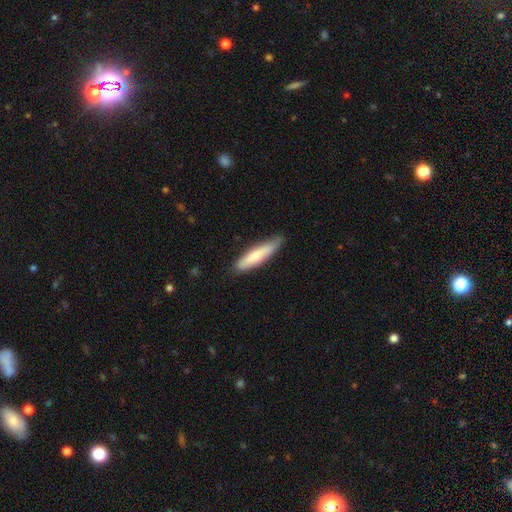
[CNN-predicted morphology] smooth_or_featured: smooth (p=0.70) [alt: featured or disk p=0.25]
how_rounded: cigar-shaped (p=0.81) [alt: in between p=0.17]
merging: none (p=0.76) [alt: minor disturbance p=0.20]